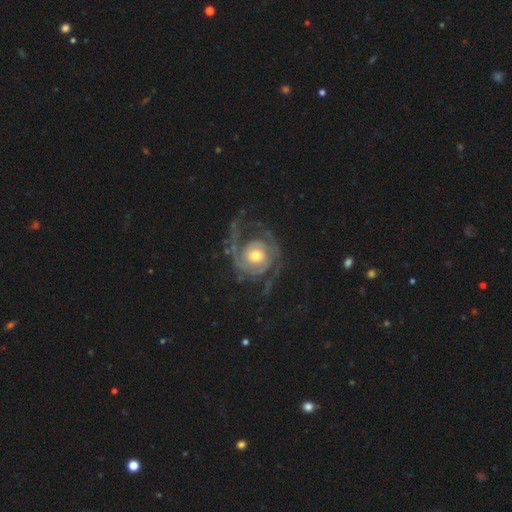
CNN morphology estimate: Smooth or featured: featured or disk — 87% (smooth — 8%)
Edge-on disk: no — 98% (yes — 2%)
Bar: no — 71% (weak — 22%)
Spiral arms: yes — 95% (no — 5%)
Spiral winding: tight — 45% (medium — 38%)
Spiral arm count: 2 — 57% (can't tell — 14%)
Bulge size: moderate — 62% (small — 27%)
Merging: none — 59% (major disturbance — 22%)